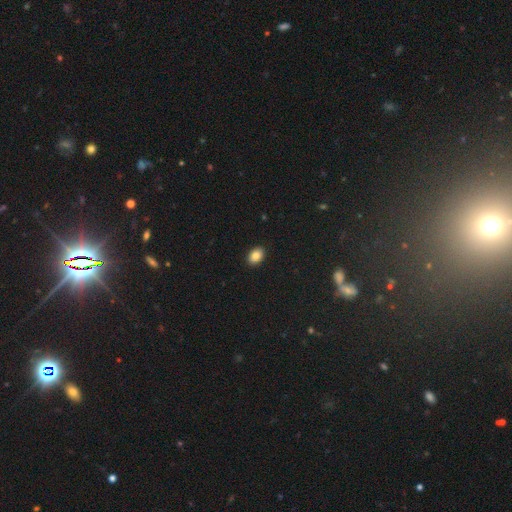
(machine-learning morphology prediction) The model was most divided on "how rounded": in between: 79%, round: 20%, cigar-shaped: 1%. More confident: merging — none (91%); smooth or featured — smooth (86%).